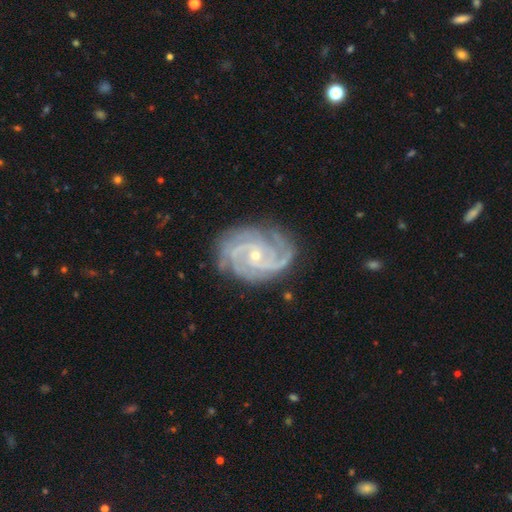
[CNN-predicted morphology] type=featured or disk (92%); edge-on=no (98%); bar=no (63%); spiral arms=yes (99%); winding=tight (61%); arm count=3 (34%); bulge=small (73%); merging=none (78%).